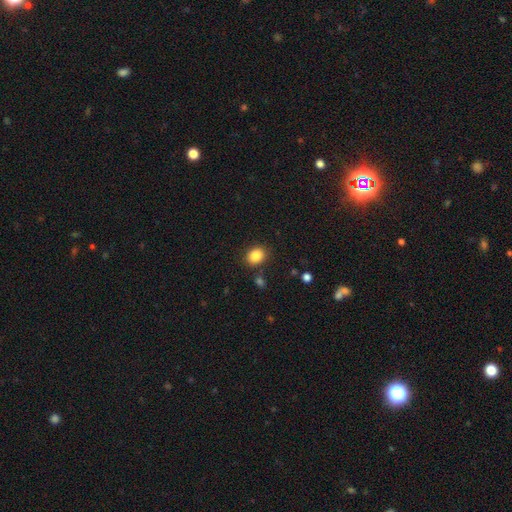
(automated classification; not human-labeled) smooth-or-featured: smooth: 86% | star or artifact: 9% | featured or disk: 5%
  how-rounded: round: 51% | in between: 48% | cigar-shaped: 1%
  merging: none: 84% | minor disturbance: 9% | merger: 4% | major disturbance: 3%